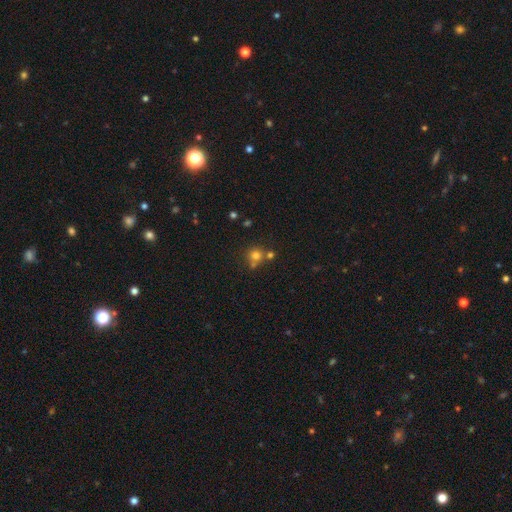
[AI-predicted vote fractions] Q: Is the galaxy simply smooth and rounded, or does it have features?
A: smooth — 74%.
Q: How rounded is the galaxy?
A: round — 89%.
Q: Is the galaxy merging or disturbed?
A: none — 59%.